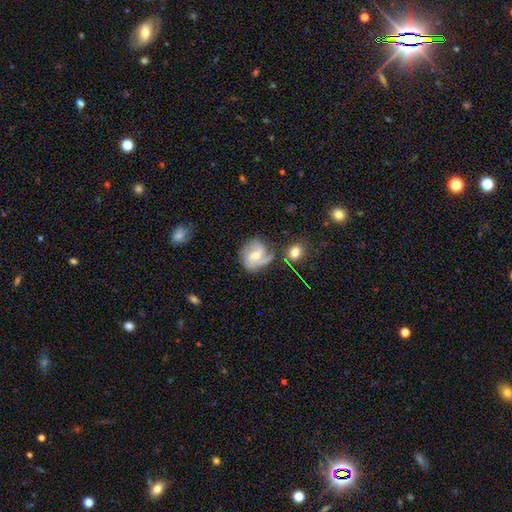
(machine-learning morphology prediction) Smooth or featured?
  - featured or disk: 69% *
  - smooth: 23%
  - star or artifact: 8%
Edge-on disk?
  - no: 97% *
  - yes: 3%
Bar?
  - weak: 48% *
  - no: 36%
  - strong: 15%
Spiral arms?
  - yes: 90% *
  - no: 10%
Spiral winding?
  - medium: 44% *
  - loose: 28%
  - tight: 28%
Spiral arm count?
  - 2: 52% *
  - 1: 17%
  - can't tell: 15%
  - 3: 12%
  - 4: 2%
  - more than 4: 2%
Bulge size?
  - moderate: 61% *
  - small: 33%
  - large: 3%
  - none: 2%
  - dominant: 1%
Merging?
  - none: 54% *
  - minor disturbance: 24%
  - major disturbance: 14%
  - merger: 9%